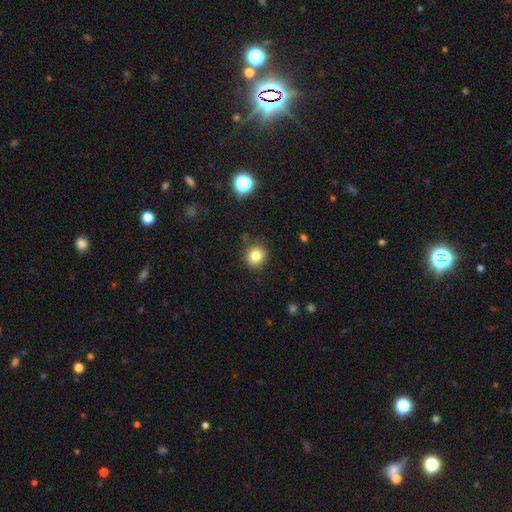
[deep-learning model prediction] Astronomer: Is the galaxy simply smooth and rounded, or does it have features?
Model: smooth — 81%.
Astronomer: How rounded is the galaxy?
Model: round — 89%.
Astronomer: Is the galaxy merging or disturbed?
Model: none — 88%.